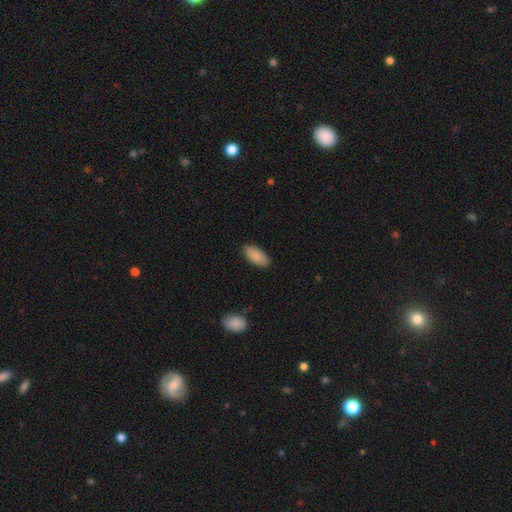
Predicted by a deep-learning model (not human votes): smooth 88%, star or artifact 6%, featured or disk 6%. Down the decision tree: how rounded — in between (91%); merging — none (86%).